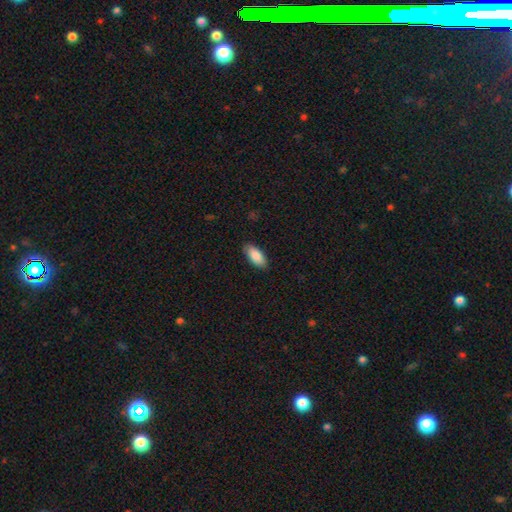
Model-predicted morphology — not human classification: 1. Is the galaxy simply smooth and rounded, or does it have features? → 89% smooth, 6% star or artifact, 6% featured or disk.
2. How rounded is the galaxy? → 90% in between, 8% cigar-shaped, 2% round.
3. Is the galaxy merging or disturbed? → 88% none, 9% minor disturbance, 2% major disturbance, 1% merger.